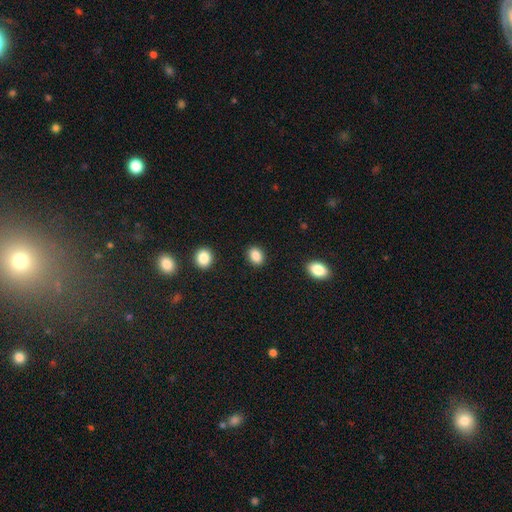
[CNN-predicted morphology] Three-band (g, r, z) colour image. It shows a smooth galaxy with no disk features (87%) that is in between round and cigar-shaped (67%). Merging: none (89%).